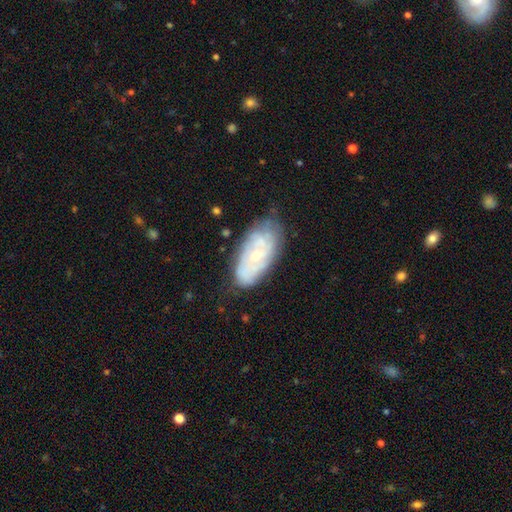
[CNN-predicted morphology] Smooth or featured? featured or disk (66%)
Edge-on disk? no (93%)
Bar? no (72%)
Spiral arms? yes (74%)
Bulge size? small (57%)
Merging? none (70%)